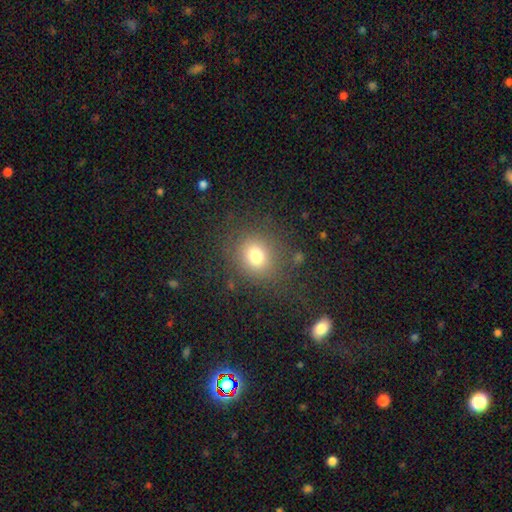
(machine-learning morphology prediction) Smooth or featured? Predicted: smooth (p=0.75). How rounded? Predicted: round (p=0.80). Merging? Predicted: none (p=0.81).